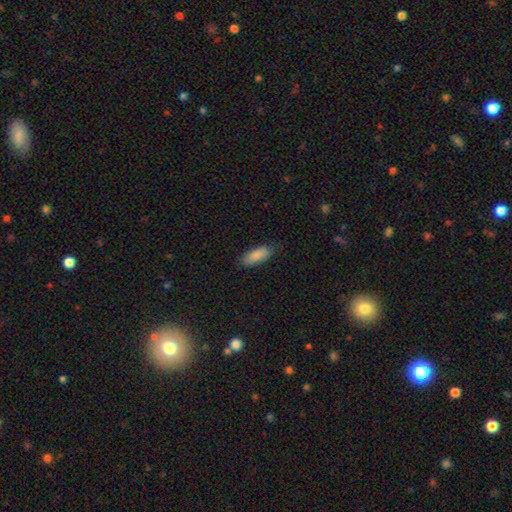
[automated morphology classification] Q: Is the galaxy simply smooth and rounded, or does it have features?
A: smooth — 86%.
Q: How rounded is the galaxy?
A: in between — 71%.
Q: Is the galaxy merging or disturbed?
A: none — 85%.